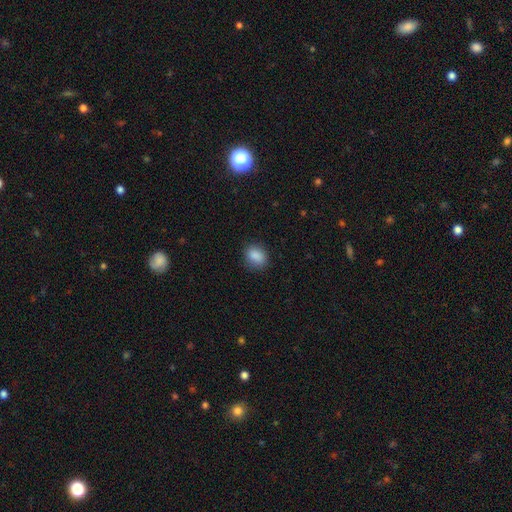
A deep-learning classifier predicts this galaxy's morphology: This appears to be a smooth galaxy with no disk features (88%) that is in between round and cigar-shaped (57%). Merging: none (82%).